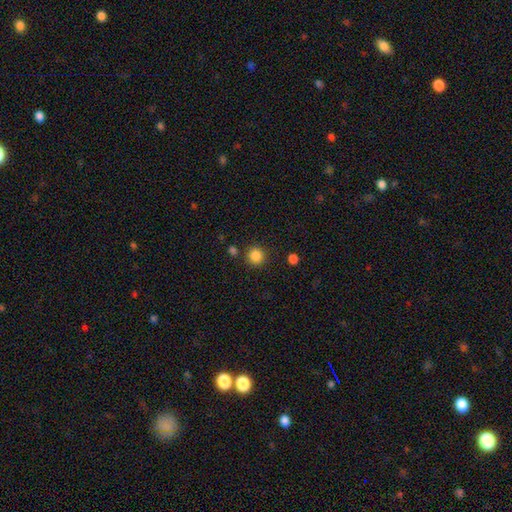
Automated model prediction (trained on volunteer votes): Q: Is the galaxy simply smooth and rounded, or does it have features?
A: smooth — 85%.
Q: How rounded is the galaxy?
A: round — 92%.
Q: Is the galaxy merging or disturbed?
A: none — 86%.